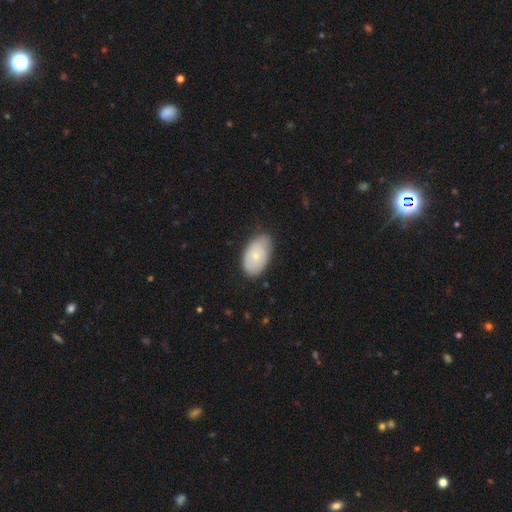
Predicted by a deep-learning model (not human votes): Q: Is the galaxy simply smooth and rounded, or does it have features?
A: smooth — 68%.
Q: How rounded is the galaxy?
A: in between — 92%.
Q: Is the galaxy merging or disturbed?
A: none — 69%.